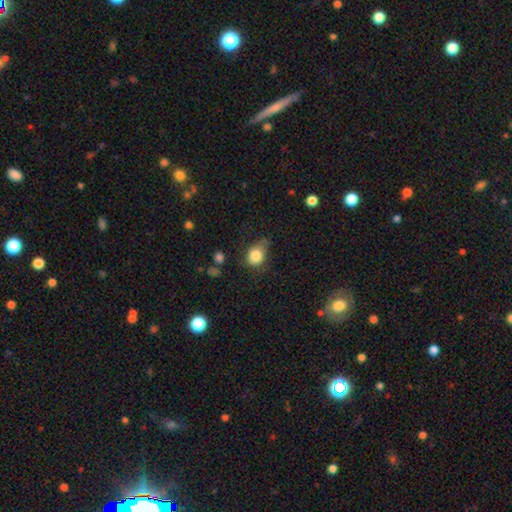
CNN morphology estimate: This appears to be a smooth galaxy with no disk features (82%) that is round (55%). Merging: none (48%).